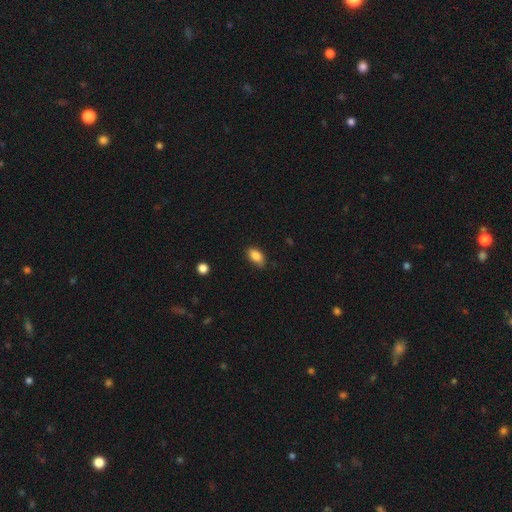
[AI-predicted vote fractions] This is clearly a smooth galaxy (86%). How rounded: clearly in between (89%). Merging: likely none (77%).